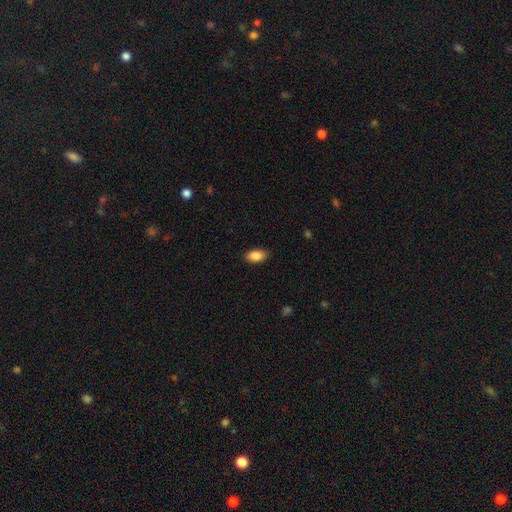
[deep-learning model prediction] smooth 88%, star or artifact 7%, featured or disk 5%. Down the decision tree: how rounded — in between (93%); merging — none (88%).